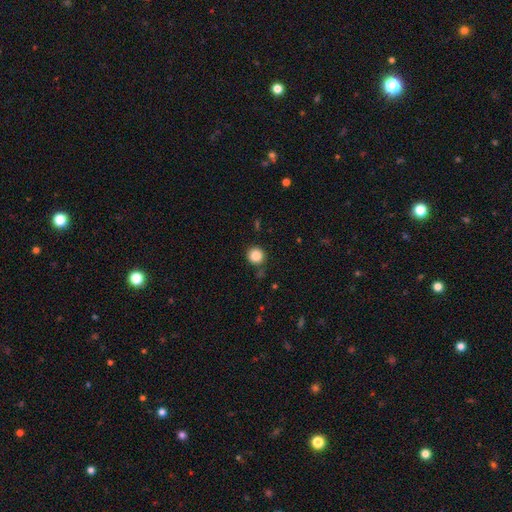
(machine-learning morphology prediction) This appears to be a smooth galaxy with no disk features (87%) that is round (94%). Merging: none (86%).